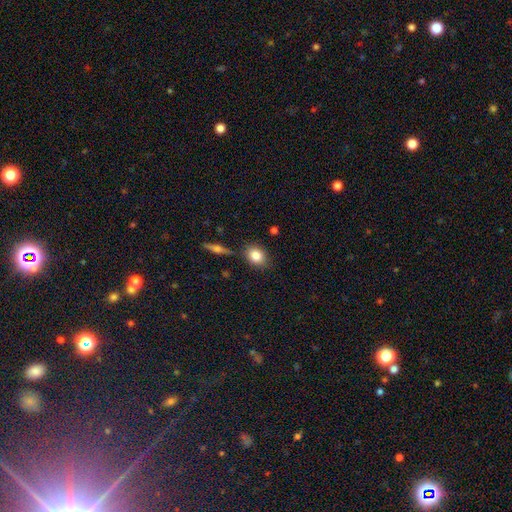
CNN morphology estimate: Smooth or featured?
  - smooth: 81% *
  - featured or disk: 11%
  - star or artifact: 8%
How rounded?
  - in between: 53% *
  - round: 45%
  - cigar-shaped: 2%
Merging?
  - none: 79% *
  - minor disturbance: 13%
  - merger: 5%
  - major disturbance: 3%